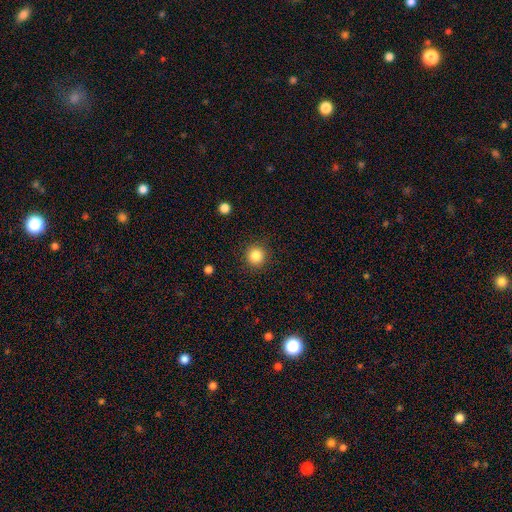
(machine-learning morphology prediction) This is clearly a smooth galaxy (85%). How rounded: clearly round (94%). Merging: clearly none (91%).